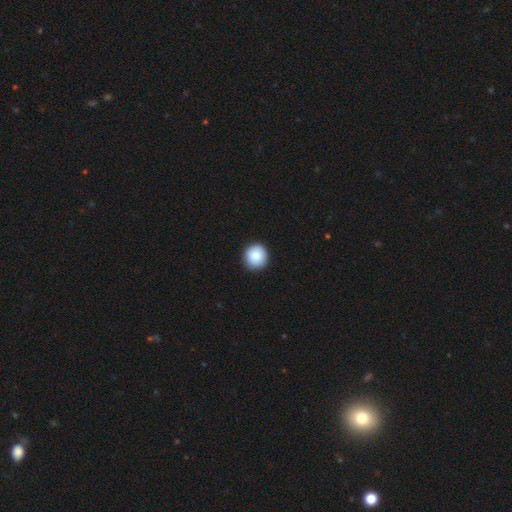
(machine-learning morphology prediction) This is clearly a smooth galaxy (86%). How rounded: clearly round (92%). Merging: clearly none (91%).